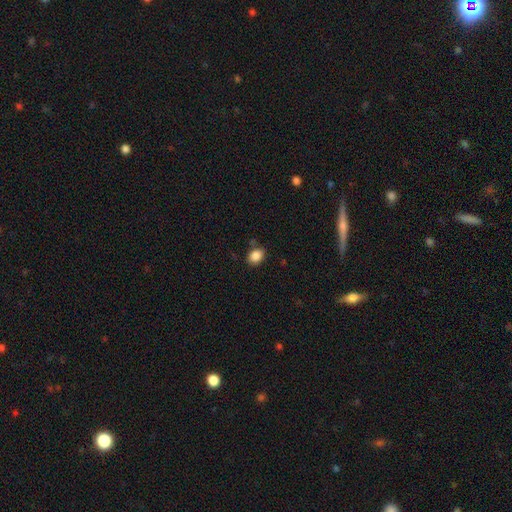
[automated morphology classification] smooth-or-featured: smooth: 87% | star or artifact: 9% | featured or disk: 4%
  how-rounded: in between: 64% | round: 35% | cigar-shaped: 1%
  merging: none: 79% | minor disturbance: 14% | merger: 4% | major disturbance: 3%